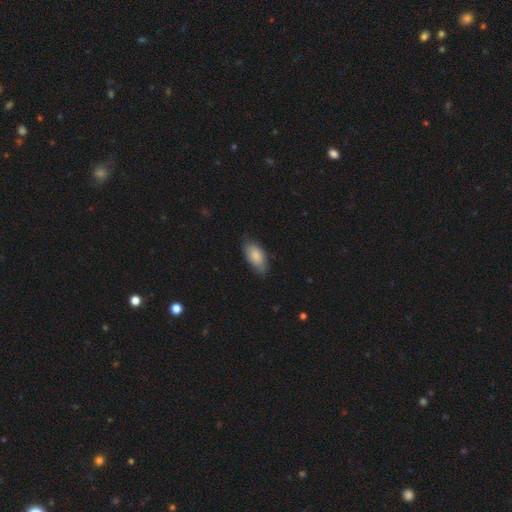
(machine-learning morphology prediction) smooth 81%, featured or disk 12%, star or artifact 6%. Down the decision tree: how rounded — in between (90%); merging — none (70%).